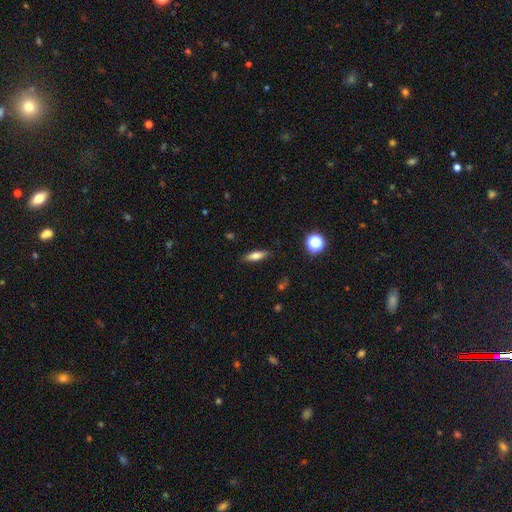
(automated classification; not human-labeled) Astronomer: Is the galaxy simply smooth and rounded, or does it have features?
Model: smooth — 74%.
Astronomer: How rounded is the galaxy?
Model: in between — 53% (runner-up: cigar-shaped, 43%).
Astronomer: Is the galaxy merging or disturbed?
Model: none — 85%.